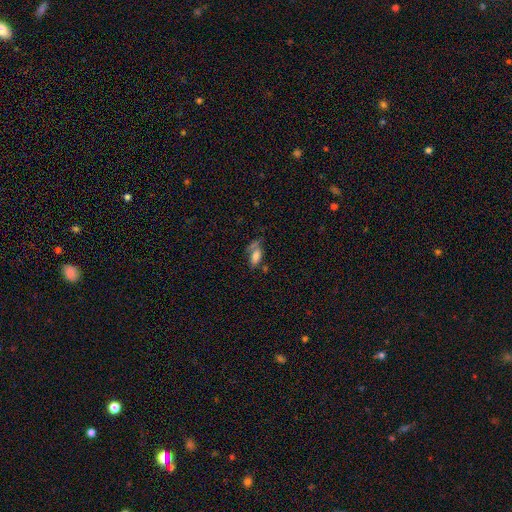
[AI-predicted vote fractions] Overall: smooth (73%). How rounded: in between (84%). Merging: none (43%; minor disturbance 24%).